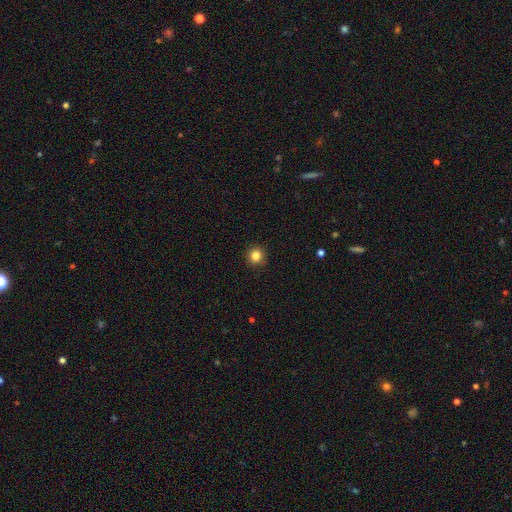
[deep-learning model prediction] Smooth or featured? Predicted: smooth (p=0.84). How rounded? Predicted: round (p=0.94). Merging? Predicted: none (p=0.92).